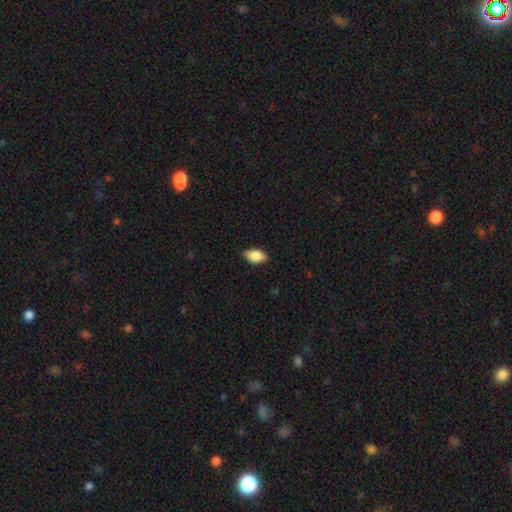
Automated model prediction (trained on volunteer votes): Smooth or featured? Predicted: smooth (p=0.86). How rounded? Predicted: in between (p=0.92). Merging? Predicted: none (p=0.85).